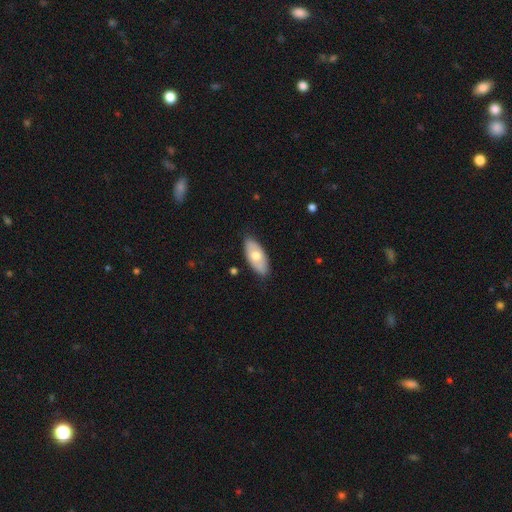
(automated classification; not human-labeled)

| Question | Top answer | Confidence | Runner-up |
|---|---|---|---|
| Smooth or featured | smooth | 62% | featured or disk (33%) |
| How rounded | in between | 90% | cigar-shaped (7%) |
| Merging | none | 85% | minor disturbance (11%) |